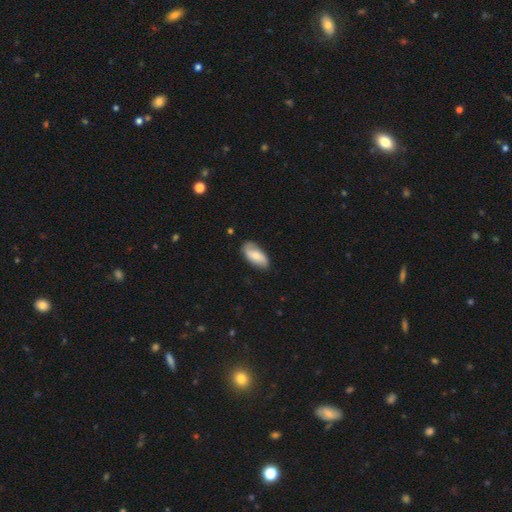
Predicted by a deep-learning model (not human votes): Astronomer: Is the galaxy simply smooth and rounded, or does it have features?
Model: smooth — 62%.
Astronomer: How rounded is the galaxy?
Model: in between — 90%.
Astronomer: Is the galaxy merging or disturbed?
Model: none — 75%.